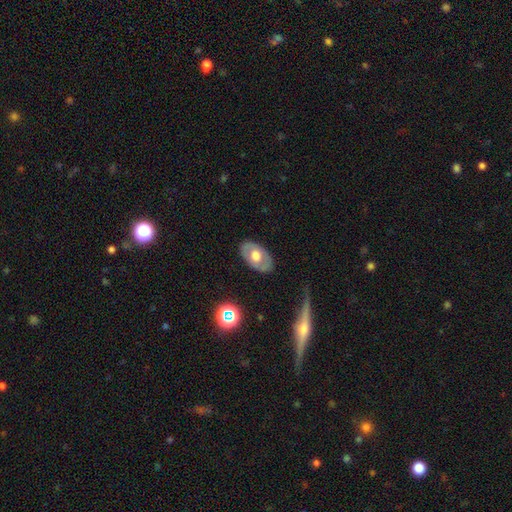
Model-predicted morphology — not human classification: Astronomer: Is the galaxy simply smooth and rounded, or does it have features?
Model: smooth — 48% (runner-up: featured or disk, 45%).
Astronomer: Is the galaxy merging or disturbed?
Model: none — 81%.